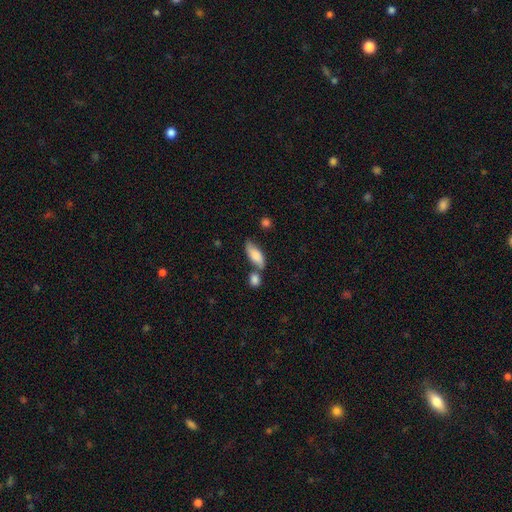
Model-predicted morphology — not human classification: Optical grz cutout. It shows a smooth galaxy with no disk features (79%) that is in between round and cigar-shaped (77%). Merging: none (49%).